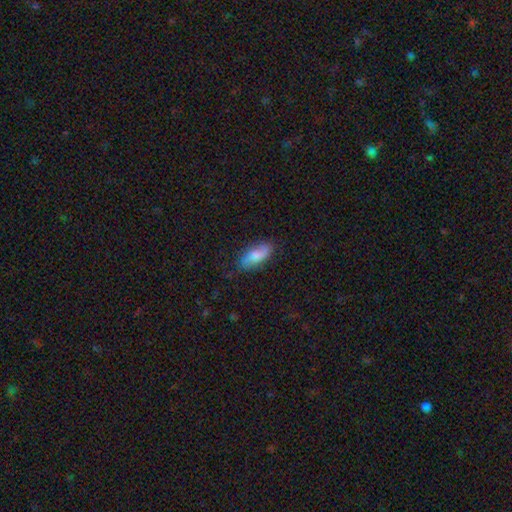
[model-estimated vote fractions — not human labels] Morphology: type=smooth (71%); roundness=in between (84%); merging=none (77%).